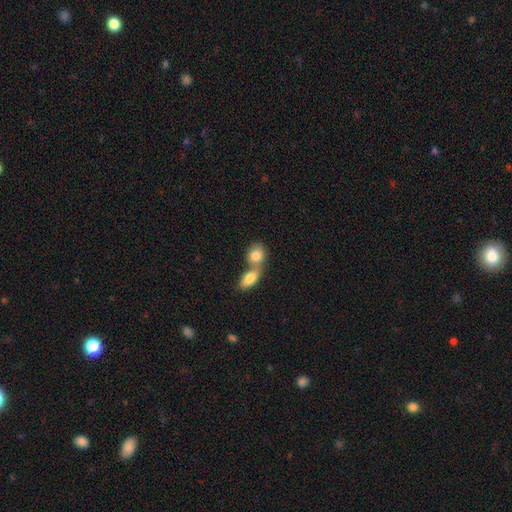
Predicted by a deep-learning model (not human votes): smooth_or_featured: smooth (p=0.81) [alt: featured or disk p=0.12]
how_rounded: in between (p=0.57) [alt: round p=0.41]
merging: merger (p=0.70) [alt: none p=0.22]